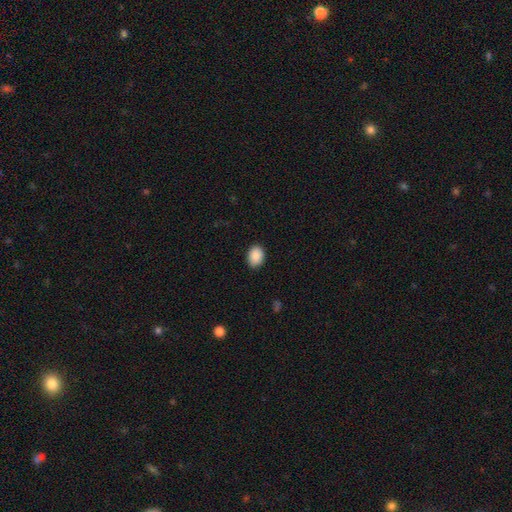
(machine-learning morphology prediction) A smooth galaxy with no disk features (90%) that is in between round and cigar-shaped (74%).

Vote fractions:
- Smooth or featured? smooth: 90% / star or artifact: 7% / featured or disk: 3%
- How rounded? in between: 74% / round: 25% / cigar-shaped: 1%
- Merging? none: 88% / minor disturbance: 9% / major disturbance: 2% / merger: 1%